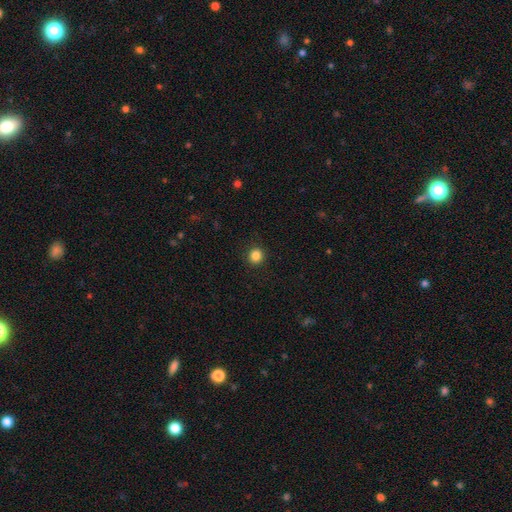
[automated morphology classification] A smooth galaxy with no disk features (85%) that is round (91%). Merging: none (92%).